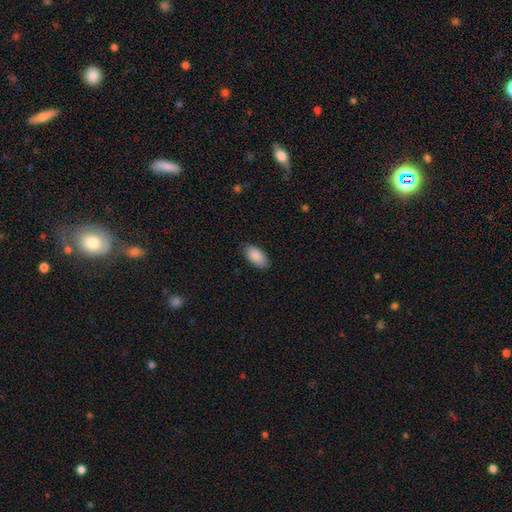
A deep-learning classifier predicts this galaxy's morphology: Smooth or featured? smooth (89%)
How rounded? in between (94%)
Merging? none (83%)